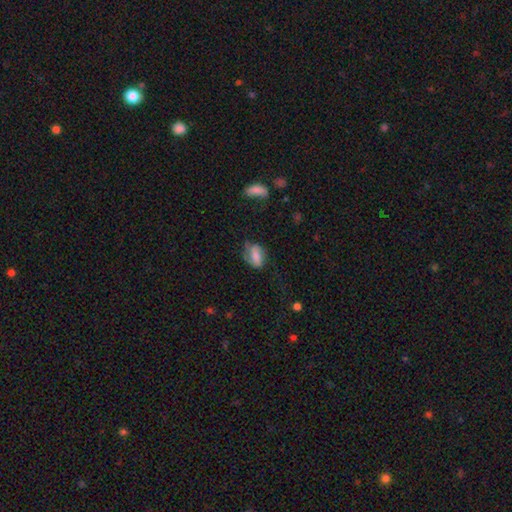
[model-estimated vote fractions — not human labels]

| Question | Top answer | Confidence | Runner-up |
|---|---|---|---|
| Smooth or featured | smooth | 61% | featured or disk (31%) |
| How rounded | in between | 85% | round (11%) |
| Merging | none | 51% | minor disturbance (29%) |